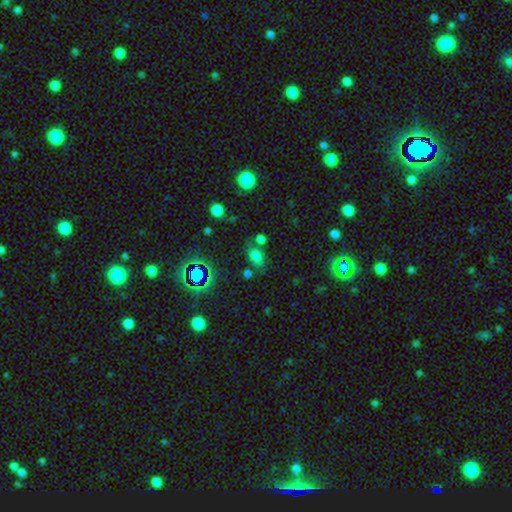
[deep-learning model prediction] This is likely a smooth galaxy (68%). How rounded: likely in between (71%). Merging: likely none (62%).